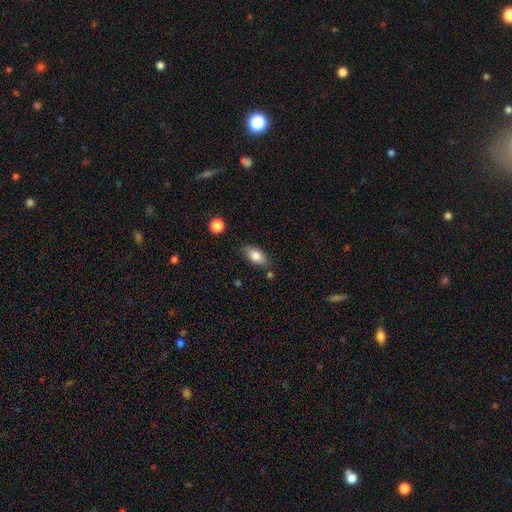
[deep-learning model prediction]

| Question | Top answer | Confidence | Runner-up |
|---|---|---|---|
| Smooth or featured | smooth | 81% | featured or disk (11%) |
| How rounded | in between | 89% | round (6%) |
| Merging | none | 78% | minor disturbance (14%) |